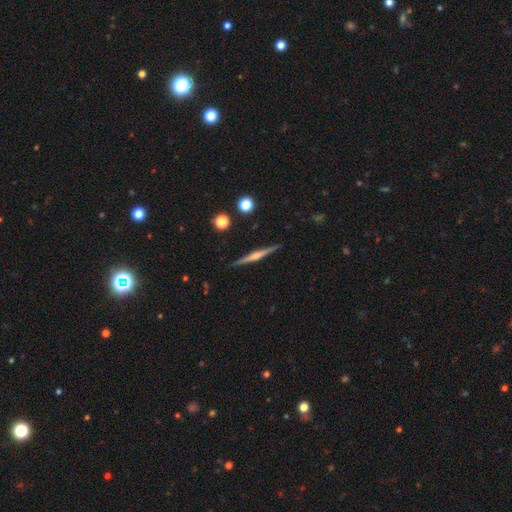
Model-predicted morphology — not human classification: Smooth or featured? featured or disk (70%)
Edge-on disk? yes (98%)
Edge-on bulge? rounded (62%)
Merging? none (91%)